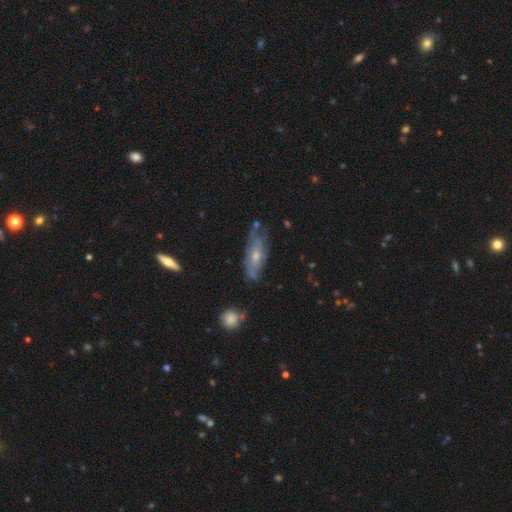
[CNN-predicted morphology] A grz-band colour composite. It shows a featured or disk galaxy (60%). Merging: none (54%).